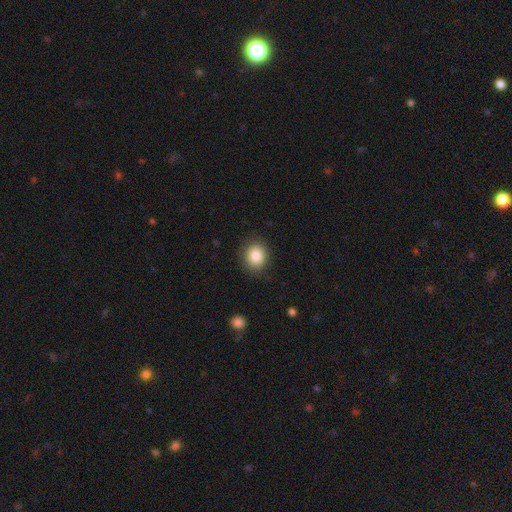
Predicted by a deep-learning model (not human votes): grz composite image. It shows a smooth galaxy with no disk features (85%) that is round (75%). Merging: none (85%).